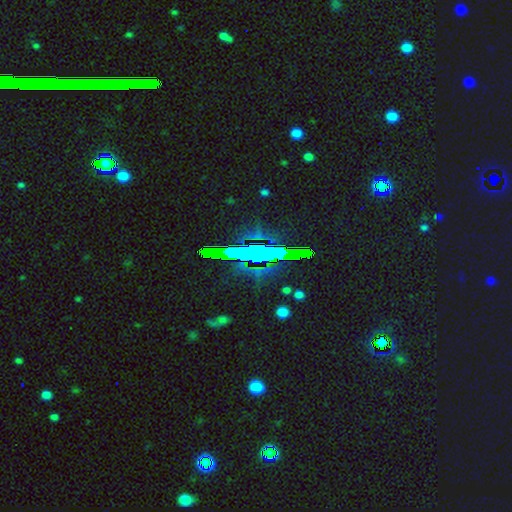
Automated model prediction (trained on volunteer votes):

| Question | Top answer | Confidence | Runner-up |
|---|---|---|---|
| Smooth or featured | star or artifact | 73% | smooth (16%) |